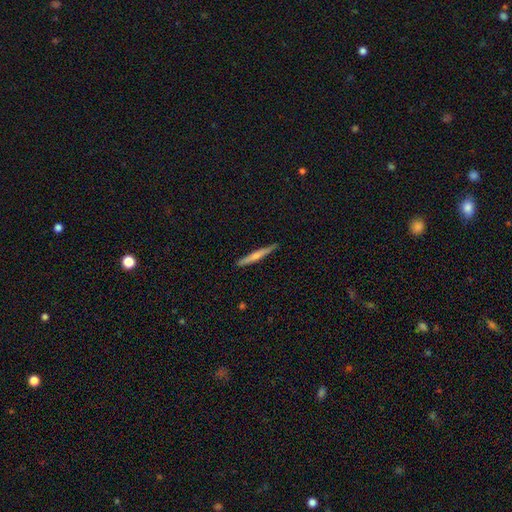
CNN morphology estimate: This is possibly a smooth galaxy (59%). How rounded: clearly cigar-shaped (95%). Merging: clearly none (86%).